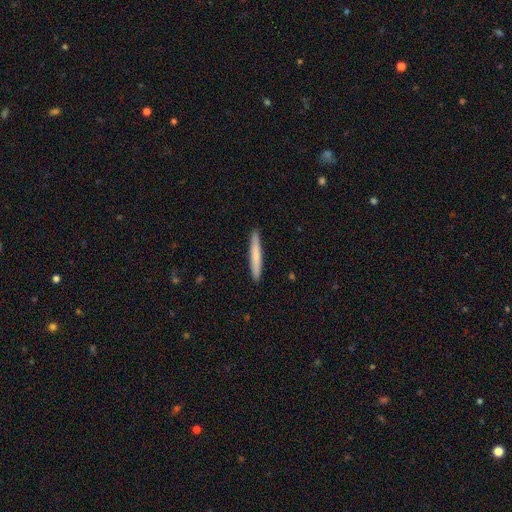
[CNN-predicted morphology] Overall: smooth (72%). How rounded: cigar-shaped (96%). Merging: none (91%).